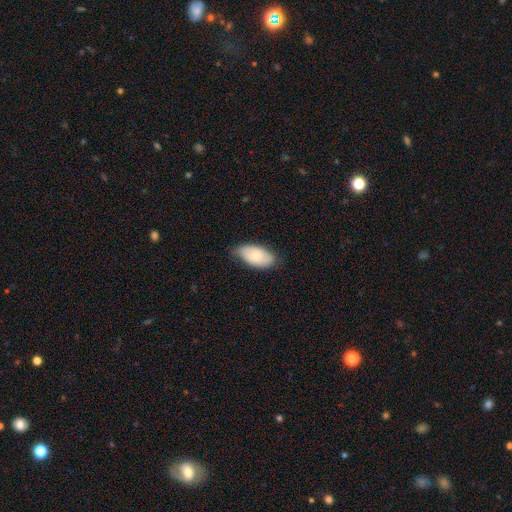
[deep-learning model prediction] Smooth or featured: smooth — 73% (featured or disk — 21%)
How rounded: in between — 95% (round — 3%)
Merging: none — 66% (minor disturbance — 28%)